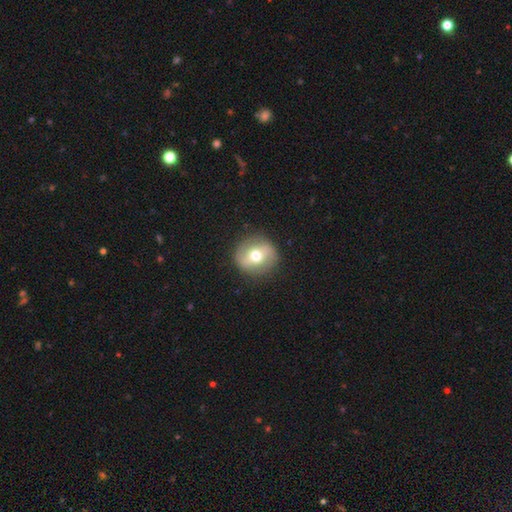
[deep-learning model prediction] smooth-or-featured: featured or disk: 50% | smooth: 43% | star or artifact: 7%
  merging: none: 87% | minor disturbance: 9% | major disturbance: 3% | merger: 1%